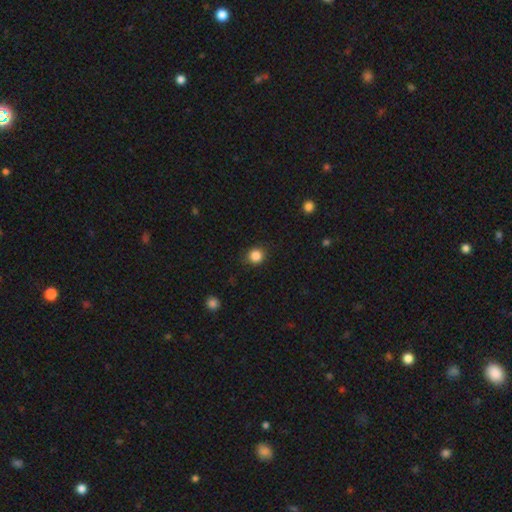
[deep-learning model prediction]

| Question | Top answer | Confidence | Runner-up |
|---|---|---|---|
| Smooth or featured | smooth | 85% | star or artifact (11%) |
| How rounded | round | 89% | in between (10%) |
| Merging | none | 88% | minor disturbance (9%) |